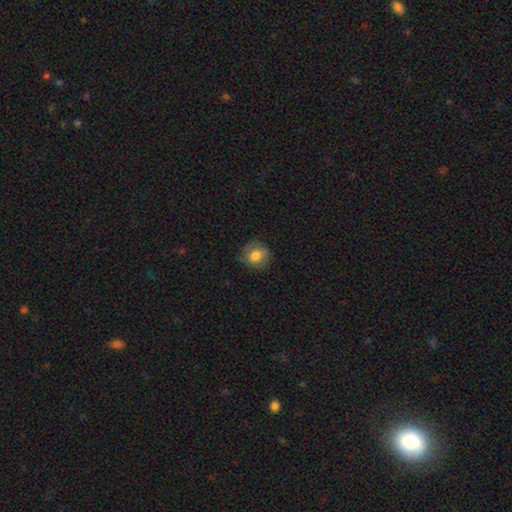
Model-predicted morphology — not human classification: The model was most divided on "smooth or featured": smooth: 72%, featured or disk: 20%, star or artifact: 8%. More confident: how rounded — round (80%); merging — none (73%).